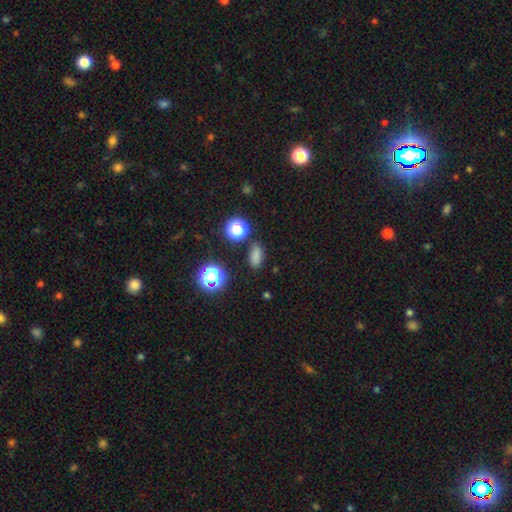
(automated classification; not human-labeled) The model was most divided on "smooth or featured": smooth: 74%, star or artifact: 21%, featured or disk: 5%. More confident: merging — none (81%); how rounded — in between (78%).